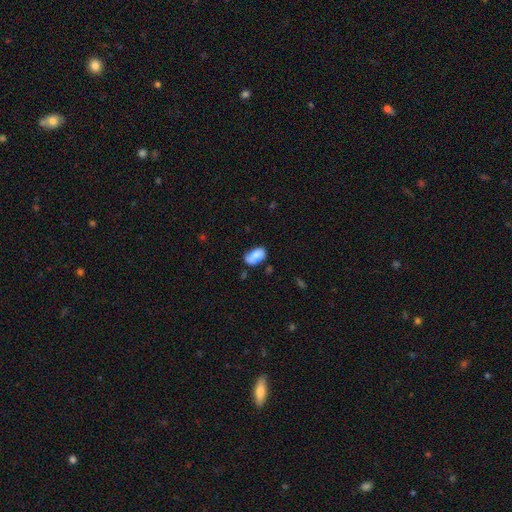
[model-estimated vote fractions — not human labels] smooth_or_featured: smooth (p=0.68) [alt: featured or disk p=0.24]
how_rounded: in between (p=0.92) [alt: round p=0.06]
merging: none (p=0.53) [alt: minor disturbance p=0.32]